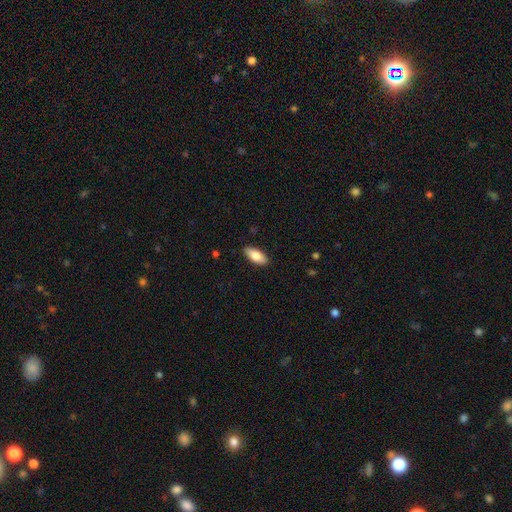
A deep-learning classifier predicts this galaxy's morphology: Q: Smooth or featured?
A: smooth (82%); runner-up: featured or disk (12%)
Q: How rounded?
A: in between (86%); runner-up: cigar-shaped (12%)
Q: Merging?
A: none (88%); runner-up: minor disturbance (9%)